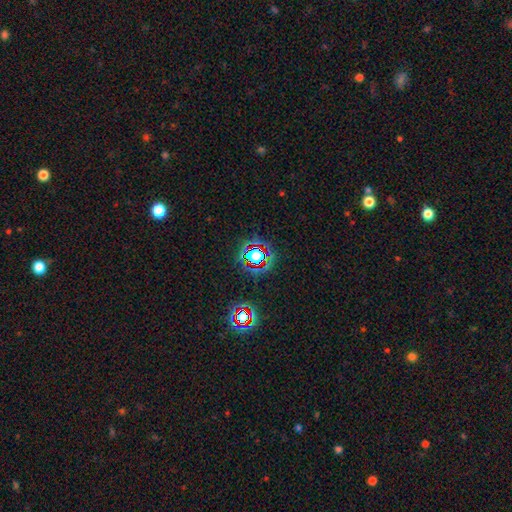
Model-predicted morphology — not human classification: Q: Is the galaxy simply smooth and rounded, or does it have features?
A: star or artifact — 63%.